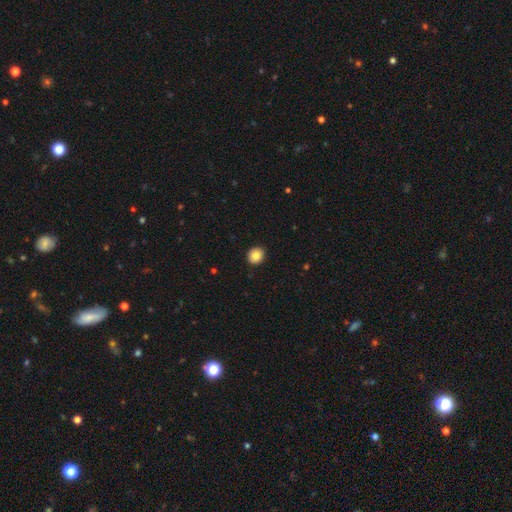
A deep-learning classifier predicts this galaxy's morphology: The model was most divided on "how rounded": round: 80%, in between: 19%, cigar-shaped: 1%. More confident: merging — none (92%); smooth or featured — smooth (86%).